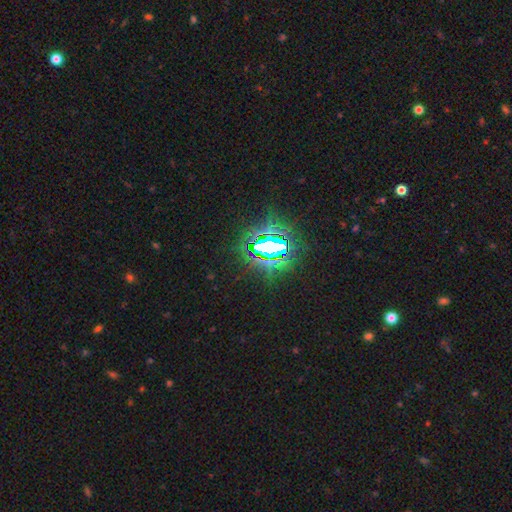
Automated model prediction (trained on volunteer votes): Smooth or featured? Predicted: star or artifact (p=0.80).